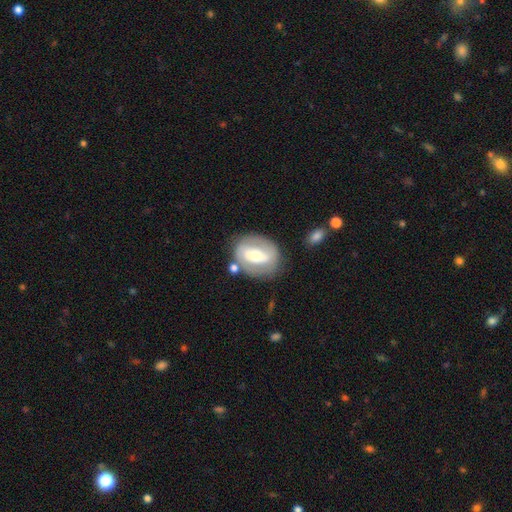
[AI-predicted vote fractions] Overall: featured or disk (65%; smooth 29%). Edge-on disk: no (94%). Bar: strong (48%; weak 32%). Spiral arms: yes (54%; no 46%). Bulge size: moderate (63%; small 26%). Merging: none (73%).